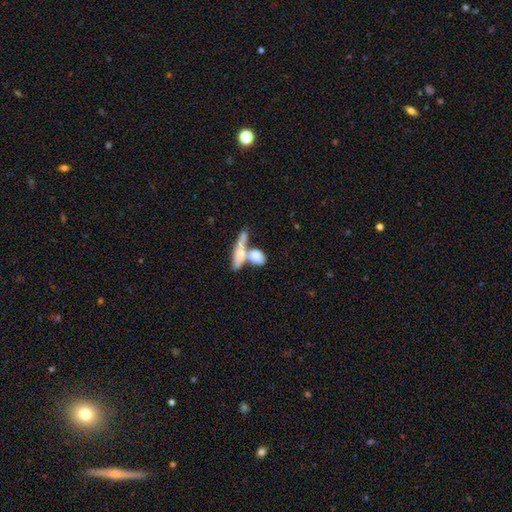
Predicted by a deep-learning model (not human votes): smooth_or_featured: smooth (p=0.65) [alt: featured or disk p=0.28]
how_rounded: in between (p=0.56) [alt: cigar-shaped p=0.29]
merging: merger (p=0.51) [alt: none p=0.32]